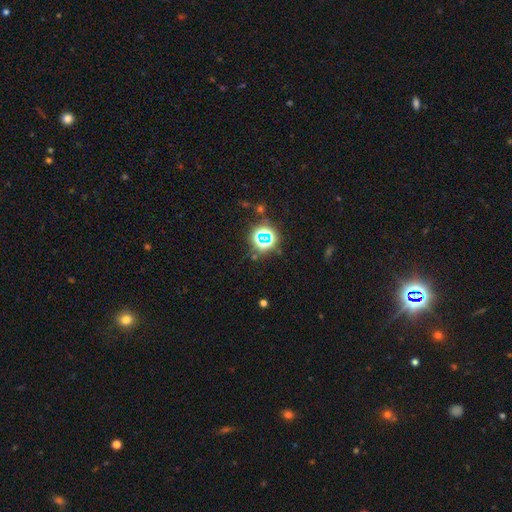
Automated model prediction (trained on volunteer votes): Smooth or featured? Predicted: star or artifact (p=0.73).